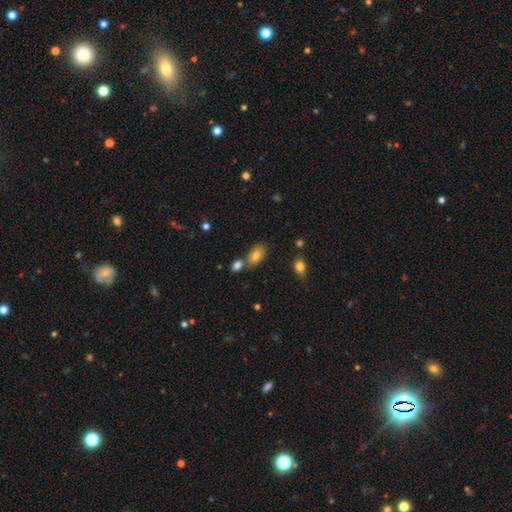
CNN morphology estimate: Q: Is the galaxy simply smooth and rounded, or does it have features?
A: smooth — 80%.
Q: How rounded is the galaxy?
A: in between — 89%.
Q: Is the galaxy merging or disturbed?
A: none — 61%.